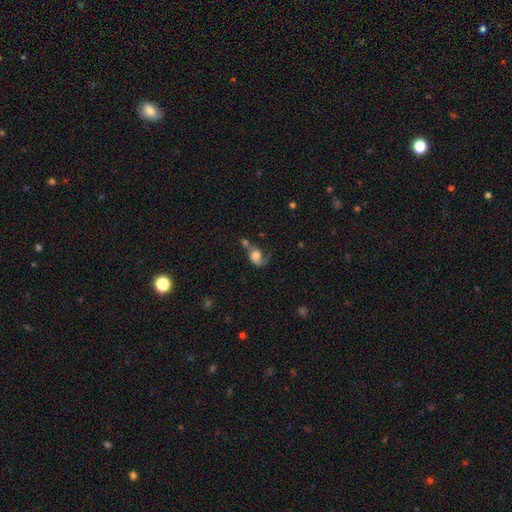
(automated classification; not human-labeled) Q: Smooth or featured?
A: smooth (47%); runner-up: featured or disk (43%)
Q: Merging?
A: merger (31%); runner-up: major disturbance (29%)